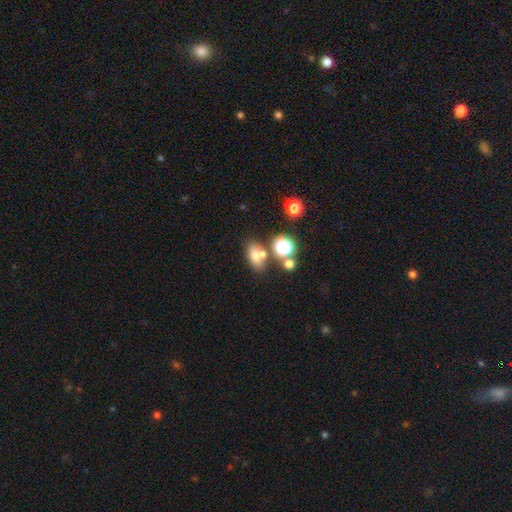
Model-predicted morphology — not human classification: smooth-or-featured: smooth: 67% | star or artifact: 18% | featured or disk: 15%
  how-rounded: in between: 70% | round: 27% | cigar-shaped: 4%
  merging: none: 54% | merger: 27% | minor disturbance: 13% | major disturbance: 6%